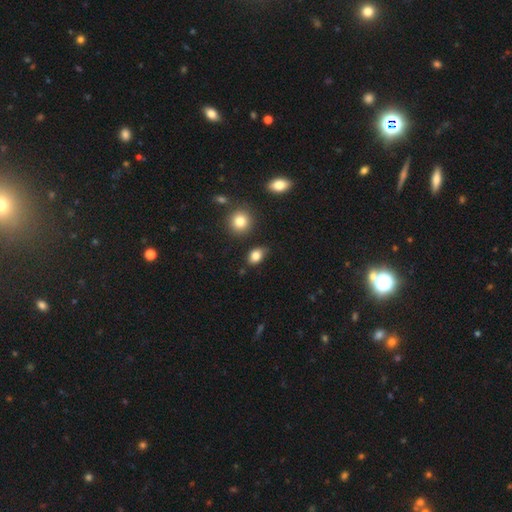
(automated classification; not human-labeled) Q: Smooth or featured?
A: smooth (83%); runner-up: star or artifact (10%)
Q: How rounded?
A: in between (76%); runner-up: round (22%)
Q: Merging?
A: none (73%); runner-up: minor disturbance (20%)